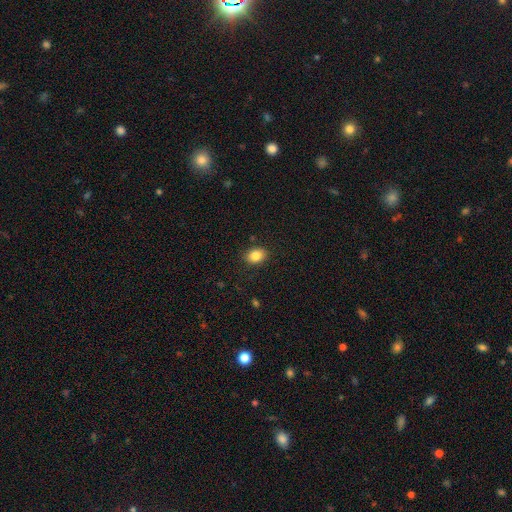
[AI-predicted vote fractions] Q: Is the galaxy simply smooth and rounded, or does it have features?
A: smooth — 84%.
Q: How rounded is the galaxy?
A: in between — 66%.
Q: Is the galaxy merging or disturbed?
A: none — 88%.